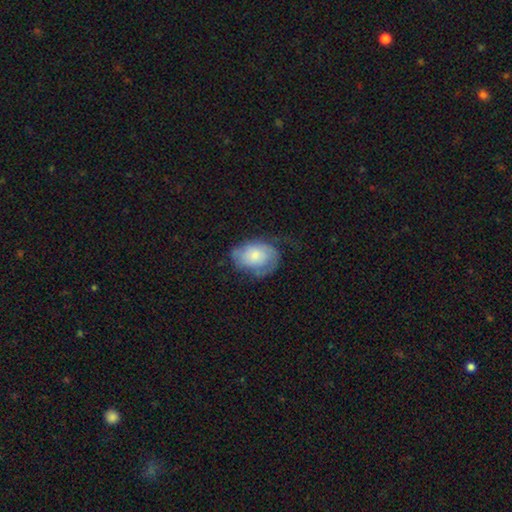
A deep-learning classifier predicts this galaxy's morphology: Smooth or featured? Predicted: smooth (p=0.55). How rounded? Predicted: in between (p=0.75). Merging? Predicted: none (p=0.43).